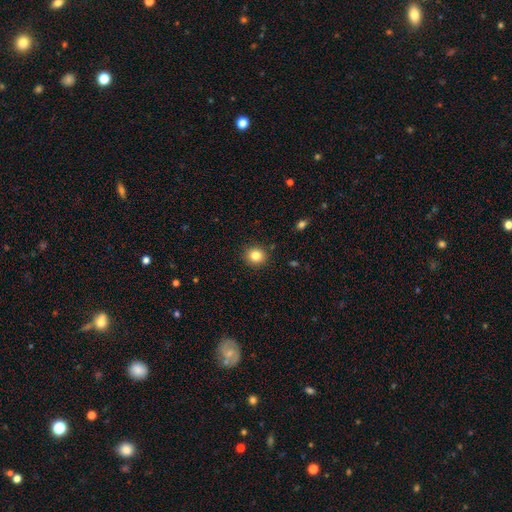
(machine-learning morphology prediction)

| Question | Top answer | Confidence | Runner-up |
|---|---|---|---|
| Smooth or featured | smooth | 84% | star or artifact (11%) |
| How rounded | round | 88% | in between (11%) |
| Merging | none | 90% | minor disturbance (6%) |